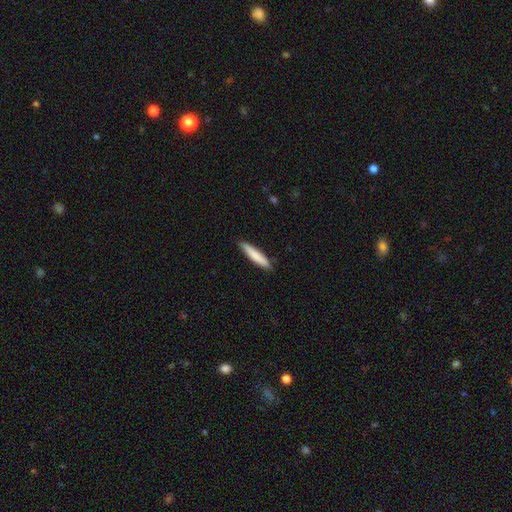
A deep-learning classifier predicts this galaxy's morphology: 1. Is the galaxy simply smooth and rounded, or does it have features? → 81% smooth, 14% featured or disk, 5% star or artifact.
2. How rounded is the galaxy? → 90% cigar-shaped, 9% in between, 1% round.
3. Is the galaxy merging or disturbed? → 87% none, 10% minor disturbance, 2% major disturbance, 1% merger.